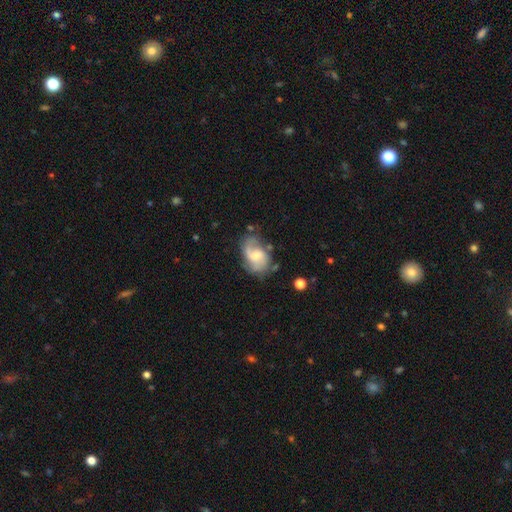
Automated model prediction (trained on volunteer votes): Overall: featured or disk (68%). Edge-on disk: no (97%). Bar: weak (48%; no 43%). Spiral arms: yes (87%). Spiral arm count: 2 (67%). Spiral winding: loose (44%; medium 41%). Bulge size: moderate (40%; small 35%). Merging: none (51%; minor disturbance 26%).